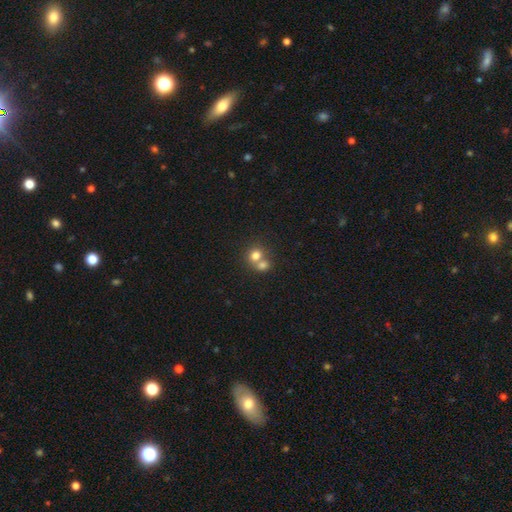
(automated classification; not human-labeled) Smooth or featured: smooth — 75% (featured or disk — 13%)
How rounded: round — 74% (in between — 25%)
Merging: merger — 61% (none — 30%)